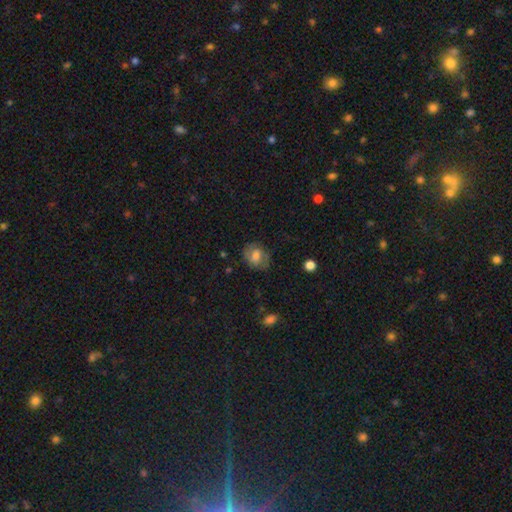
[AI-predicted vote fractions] A smooth galaxy with no disk features (54%) that is in between round and cigar-shaped (54%). Merging: none (69%).